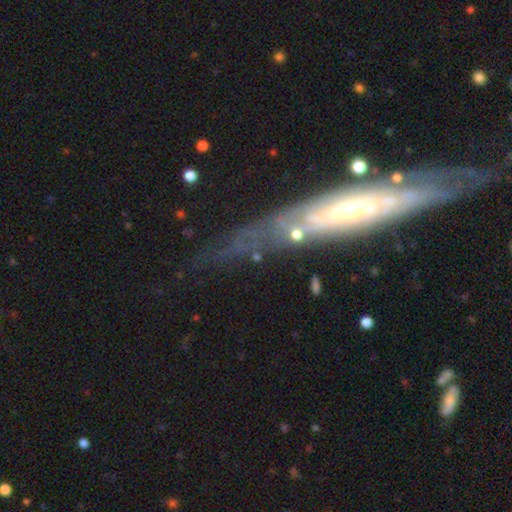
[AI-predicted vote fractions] Q: Smooth or featured?
A: featured or disk (53%); runner-up: smooth (28%)
Q: Edge-on disk?
A: no (61%); runner-up: yes (39%)
Q: Merging?
A: none (49%); runner-up: major disturbance (22%)